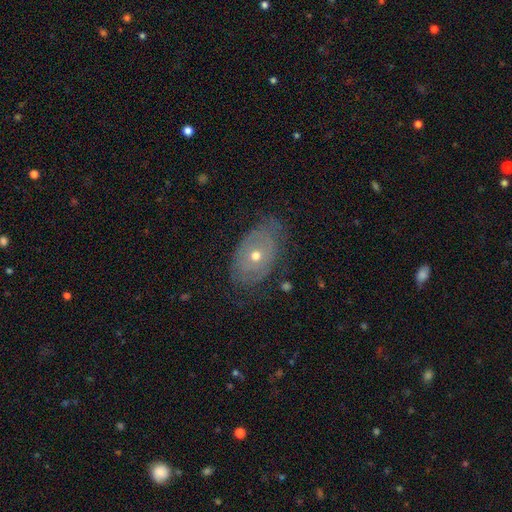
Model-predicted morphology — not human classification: smooth-or-featured: featured or disk: 56% | smooth: 35% | star or artifact: 8%
  disk-edge-on: no: 91% | yes: 9%
    bar: no: 89% | weak: 8% | strong: 2%
    has-spiral-arms: no: 59% | yes: 41%
    bulge-size: moderate: 61% | small: 35% | large: 2% | dominant: 1% | none: 1%
  merging: none: 64% | minor disturbance: 25% | major disturbance: 10% | merger: 1%